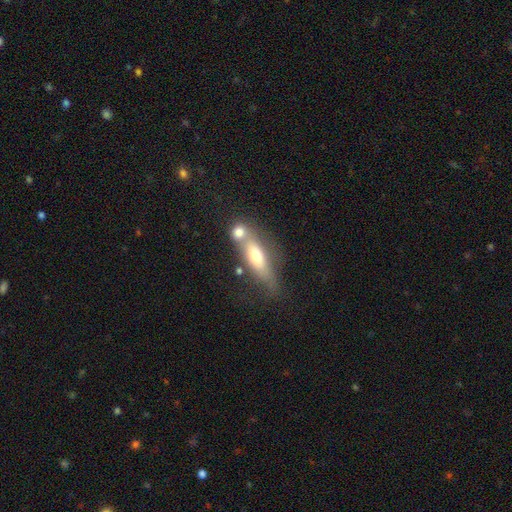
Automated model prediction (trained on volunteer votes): Morphology: type=smooth (59%); roundness=in between (55%); merging=merger (52%).